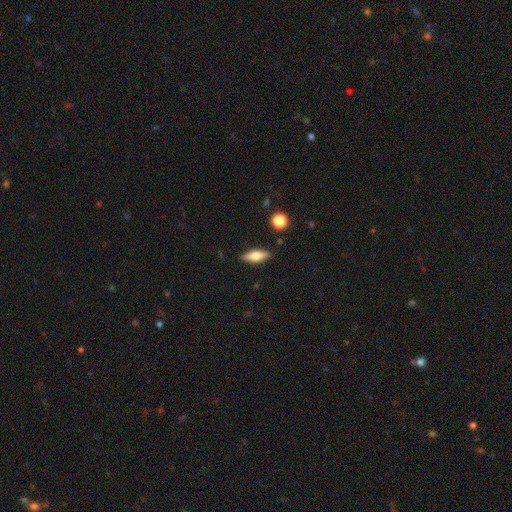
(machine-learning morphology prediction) smooth-or-featured: smooth: 57% | featured or disk: 36% | star or artifact: 7%
  how-rounded: in between: 60% | cigar-shaped: 37% | round: 3%
  merging: none: 85% | minor disturbance: 10% | major disturbance: 2% | merger: 2%